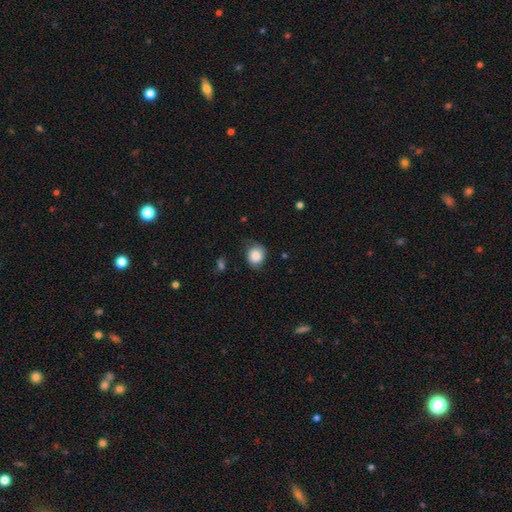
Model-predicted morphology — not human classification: A smooth galaxy with no disk features (86%) that is round (79%).

Vote fractions:
- Smooth or featured? smooth: 86% / star or artifact: 8% / featured or disk: 5%
- How rounded? round: 79% / in between: 20% / cigar-shaped: 1%
- Merging? none: 71% / minor disturbance: 22% / major disturbance: 5% / merger: 2%